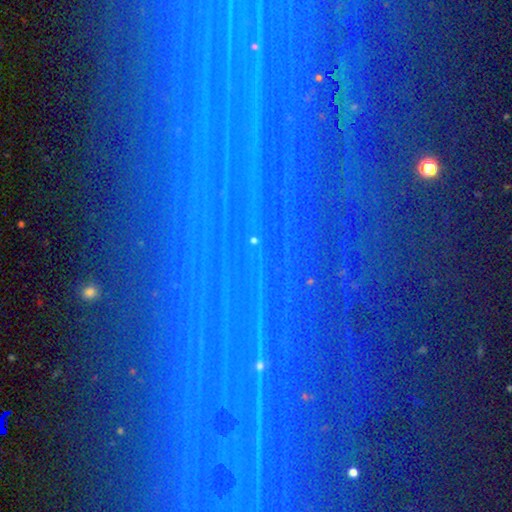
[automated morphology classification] smooth_or_featured: star or artifact (p=0.83) [alt: featured or disk p=0.09]